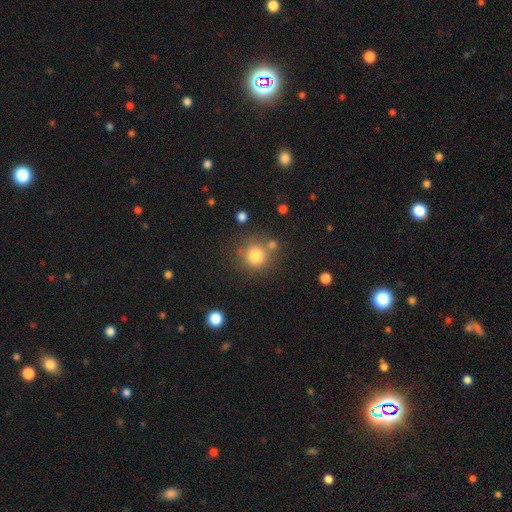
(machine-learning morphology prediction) Smooth or featured? Predicted: smooth (p=0.80). How rounded? Predicted: round (p=0.92). Merging? Predicted: none (p=0.73).